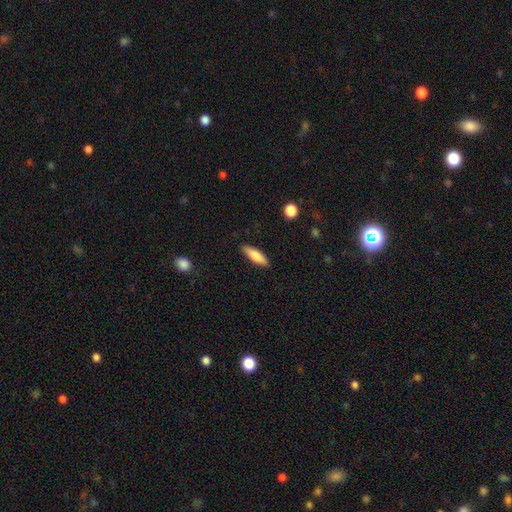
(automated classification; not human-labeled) smooth 74%, featured or disk 21%, star or artifact 6%. Down the decision tree: how rounded — cigar-shaped (59%); merging — none (88%).